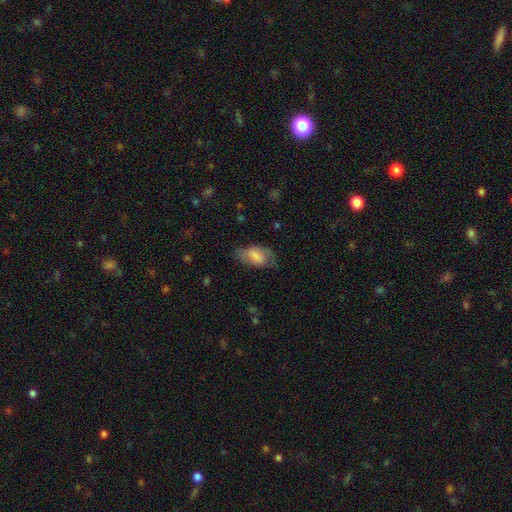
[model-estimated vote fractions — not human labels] A smooth galaxy with no disk features (66%) that is in between round and cigar-shaped (91%). Merging: none (55%).